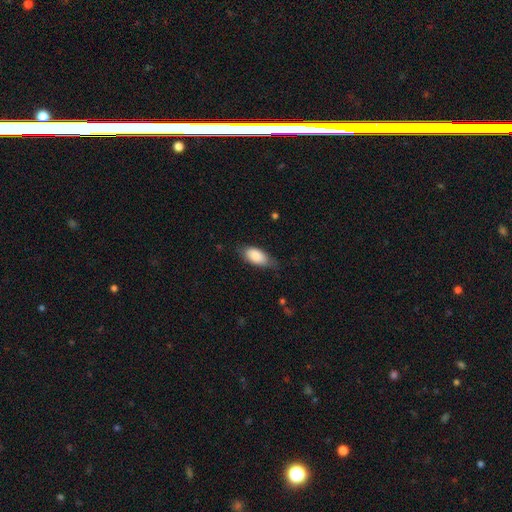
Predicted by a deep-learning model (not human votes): The model was most divided on "merging": none: 67%, minor disturbance: 26%, major disturbance: 6%, merger: 1%. More confident: how rounded — in between (91%); smooth or featured — smooth (85%).